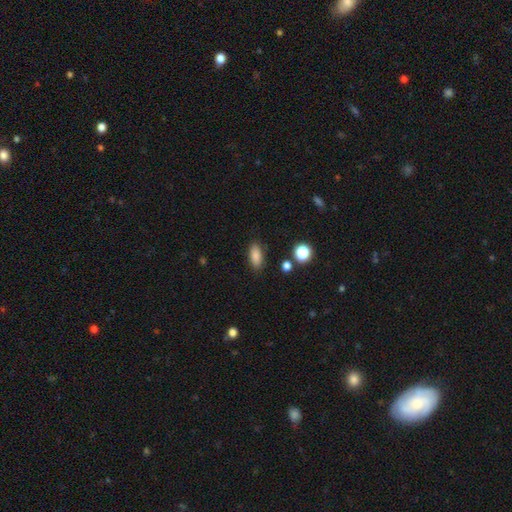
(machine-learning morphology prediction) Smooth or featured?
  - smooth: 84% *
  - star or artifact: 9%
  - featured or disk: 6%
How rounded?
  - in between: 80% *
  - cigar-shaped: 15%
  - round: 5%
Merging?
  - none: 85% *
  - minor disturbance: 10%
  - major disturbance: 3%
  - merger: 2%